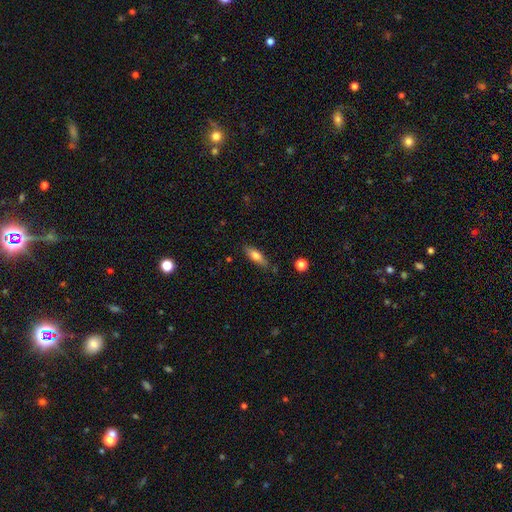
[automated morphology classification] smooth 68%, featured or disk 25%, star or artifact 7%. Down the decision tree: how rounded — in between (53%); merging — none (78%).